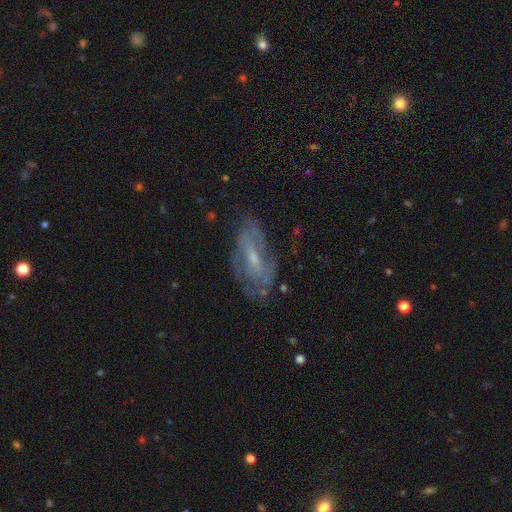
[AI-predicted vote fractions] Smooth or featured: featured or disk — 67% (smooth — 21%)
Edge-on disk: no — 87% (yes — 13%)
Bar: weak — 45% (no — 37%)
Spiral arms: yes — 71% (no — 29%)
Bulge size: small — 55% (moderate — 34%)
Merging: none — 68% (minor disturbance — 20%)